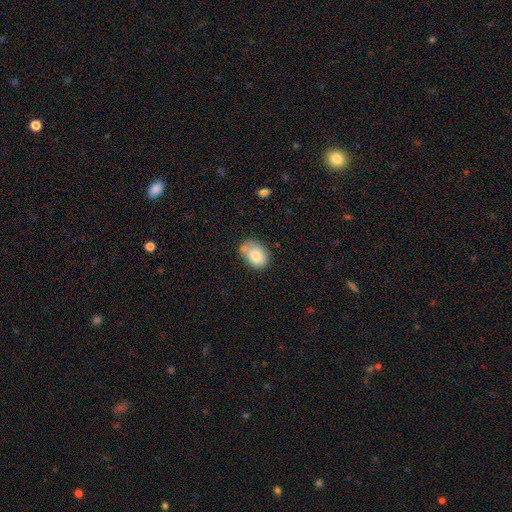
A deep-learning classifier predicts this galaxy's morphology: This is likely a smooth galaxy (78%). How rounded: likely in between (71%). Merging: possibly none (54%).